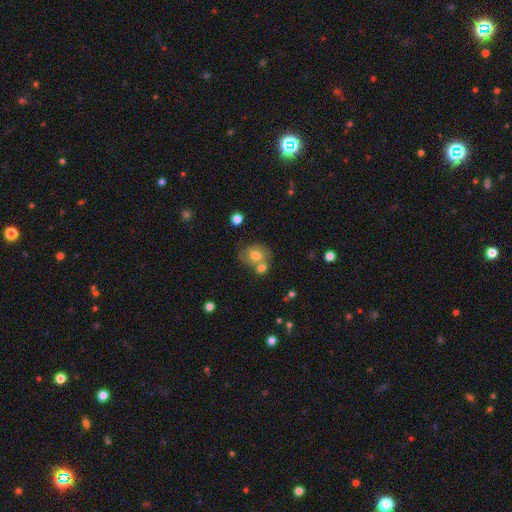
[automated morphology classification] Q: Smooth or featured?
A: smooth (68%); runner-up: featured or disk (22%)
Q: How rounded?
A: round (65%); runner-up: in between (34%)
Q: Merging?
A: none (45%); runner-up: merger (36%)